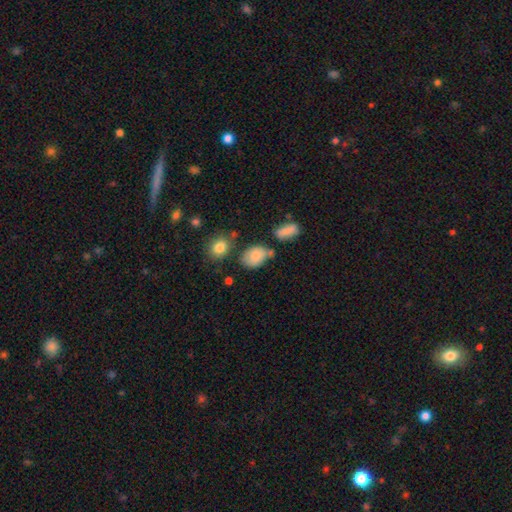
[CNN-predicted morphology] Q: Smooth or featured?
A: smooth (82%); runner-up: featured or disk (9%)
Q: How rounded?
A: in between (77%); runner-up: round (21%)
Q: Merging?
A: none (56%); runner-up: minor disturbance (24%)